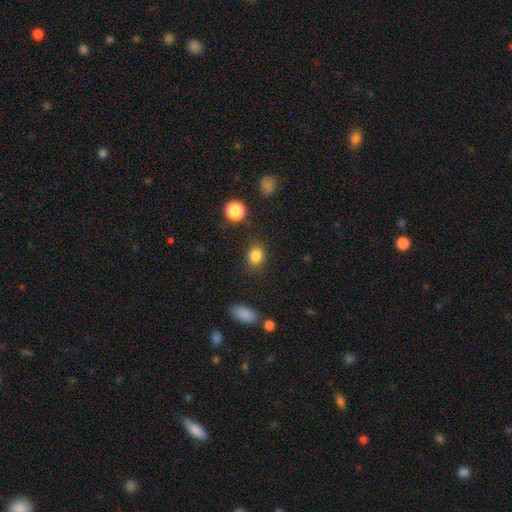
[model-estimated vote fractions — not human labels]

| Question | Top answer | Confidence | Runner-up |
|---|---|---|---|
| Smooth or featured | smooth | 84% | star or artifact (11%) |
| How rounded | round | 51% | in between (47%) |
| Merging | none | 82% | minor disturbance (11%) |